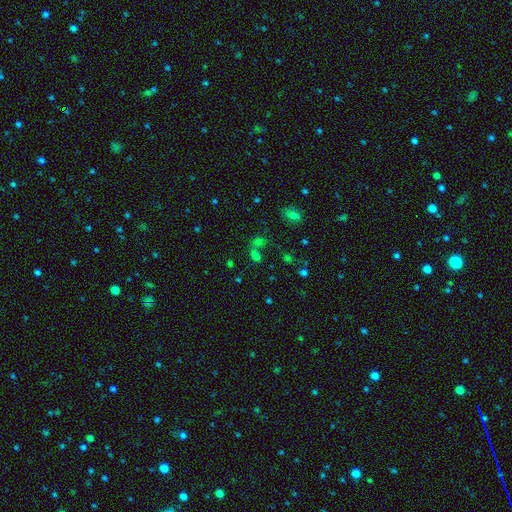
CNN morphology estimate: Smooth or featured? Predicted: smooth (p=0.56). How rounded? Predicted: in between (p=0.57). Merging? Predicted: merger (p=0.46).